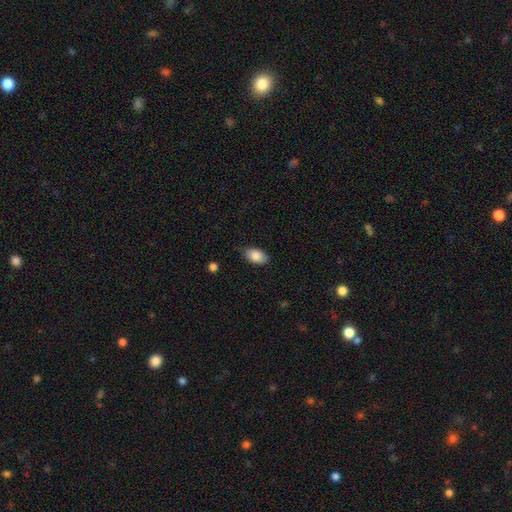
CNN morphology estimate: Overall: smooth (85%). How rounded: in between (92%). Merging: none (79%).